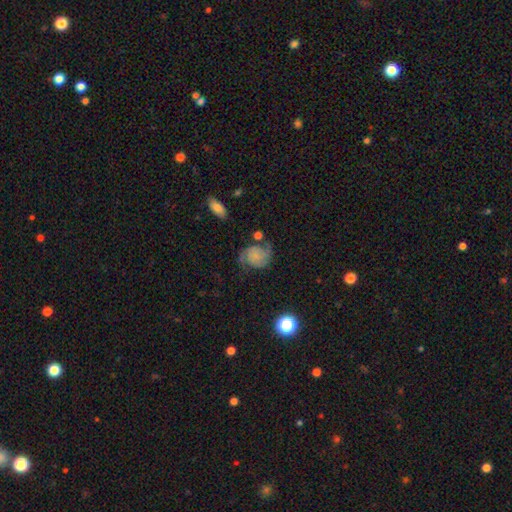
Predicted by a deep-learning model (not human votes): Smooth or featured?
  - featured or disk: 59% *
  - smooth: 31%
  - star or artifact: 11%
Edge-on disk?
  - no: 98% *
  - yes: 2%
Bar?
  - no: 77% *
  - weak: 19%
  - strong: 4%
Spiral arms?
  - yes: 91% *
  - no: 9%
Spiral winding?
  - medium: 43% *
  - loose: 31%
  - tight: 26%
Spiral arm count?
  - 2: 84% *
  - can't tell: 6%
  - 1: 4%
  - 3: 3%
  - 4: 1%
  - more than 4: 1%
Bulge size?
  - none: 49% *
  - small: 33%
  - moderate: 9%
  - large: 5%
  - dominant: 4%
Merging?
  - none: 55% *
  - minor disturbance: 24%
  - major disturbance: 15%
  - merger: 6%